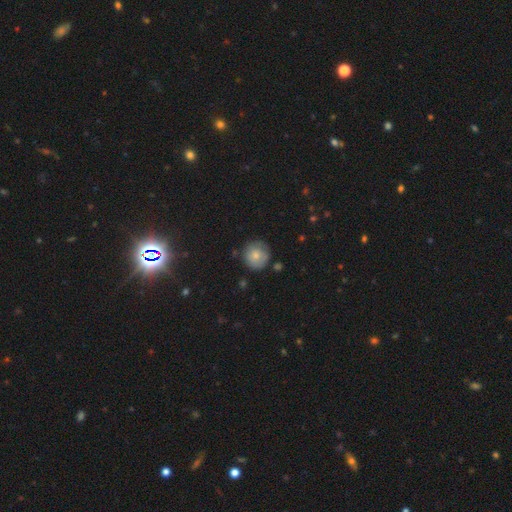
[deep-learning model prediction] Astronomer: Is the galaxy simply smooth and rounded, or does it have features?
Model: smooth — 75%.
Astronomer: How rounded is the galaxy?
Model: round — 93%.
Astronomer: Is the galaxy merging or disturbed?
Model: none — 77%.